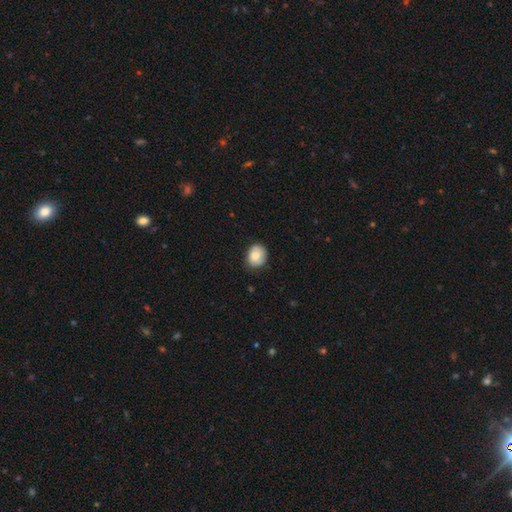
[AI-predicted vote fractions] This is clearly a smooth galaxy (80%). How rounded: possibly round (54%). Merging: likely none (77%).